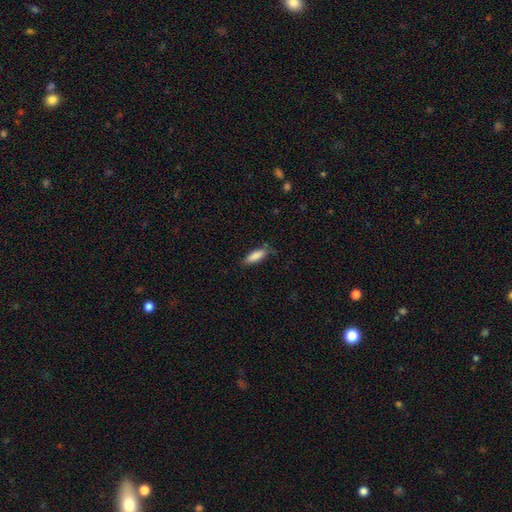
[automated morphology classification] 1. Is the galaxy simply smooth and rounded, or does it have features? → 86% smooth, 7% featured or disk, 7% star or artifact.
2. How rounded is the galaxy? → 58% in between, 40% cigar-shaped, 2% round.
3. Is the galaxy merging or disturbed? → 72% none, 21% minor disturbance, 4% major disturbance, 2% merger.